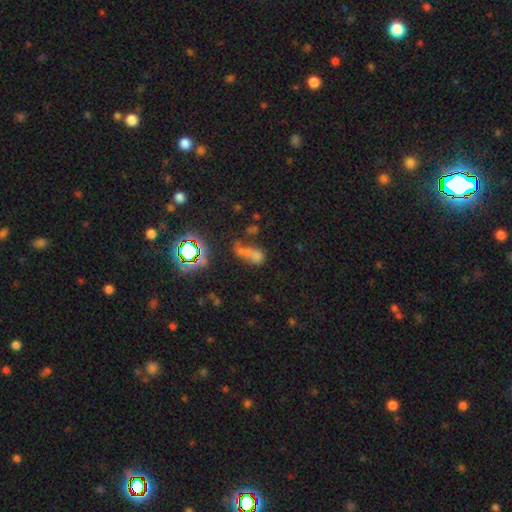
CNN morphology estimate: type=smooth (53%); roundness=in between (56%); merging=merger (51%).